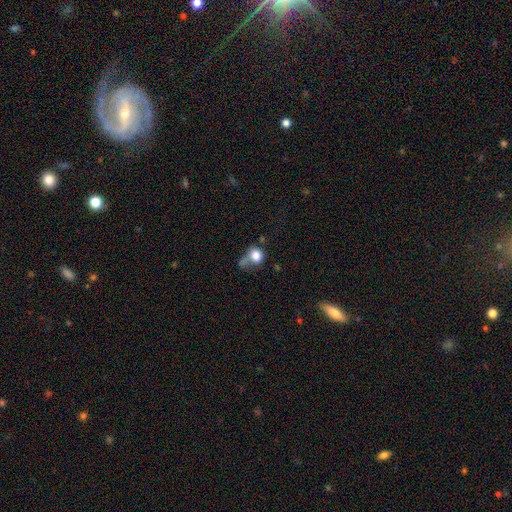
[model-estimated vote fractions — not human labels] This is likely a smooth galaxy (79%). How rounded: likely round (65%). Merging: marginally none (34%).